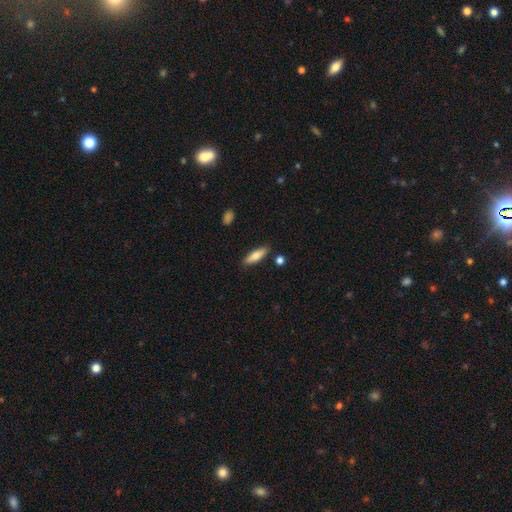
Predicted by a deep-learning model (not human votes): This is likely a smooth galaxy (72%). How rounded: possibly cigar-shaped (54%). Merging: clearly none (86%).